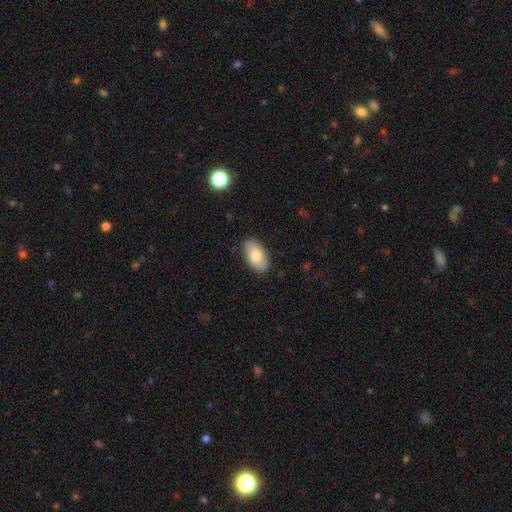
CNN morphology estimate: A smooth galaxy with no disk features (75%) that is in between round and cigar-shaped (95%). Merging: none (86%).